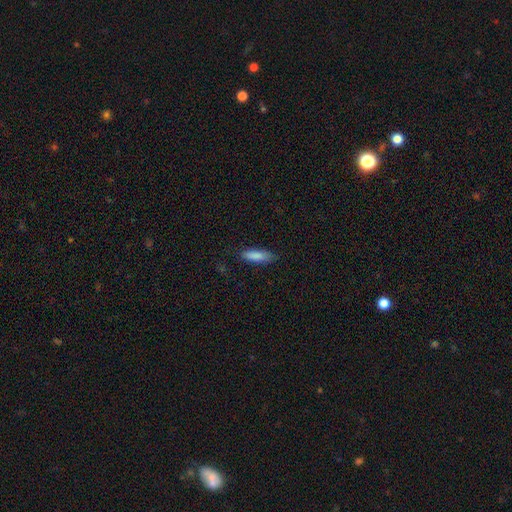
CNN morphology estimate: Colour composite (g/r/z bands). It shows a smooth galaxy with no disk features (85%) that is cigar-shaped (56%). Merging: none (82%).